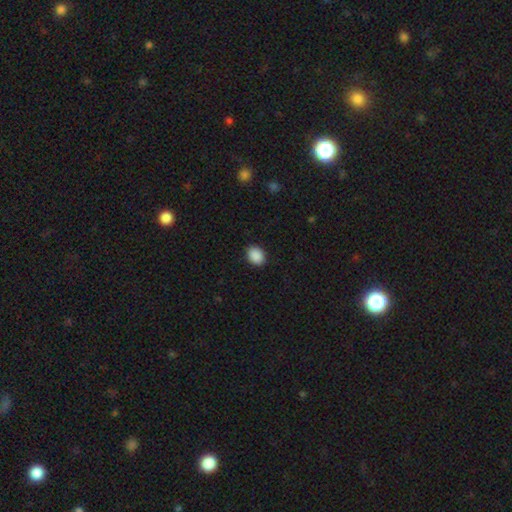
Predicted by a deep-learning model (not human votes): smooth_or_featured: smooth (p=0.90) [alt: star or artifact p=0.08]
how_rounded: in between (p=0.58) [alt: round p=0.41]
merging: none (p=0.89) [alt: minor disturbance p=0.08]